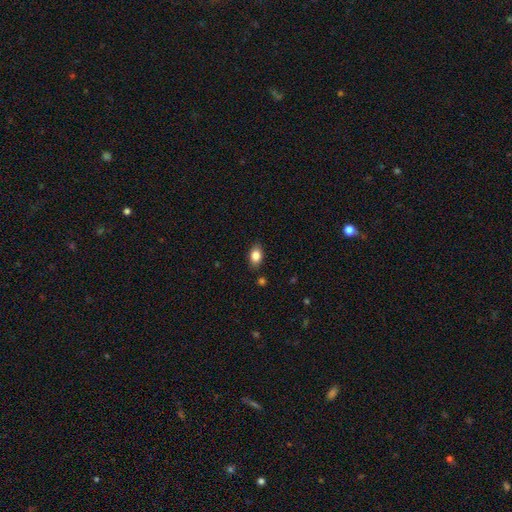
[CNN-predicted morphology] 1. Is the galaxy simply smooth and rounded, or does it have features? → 84% smooth, 9% star or artifact, 7% featured or disk.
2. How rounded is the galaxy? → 84% in between, 14% round, 2% cigar-shaped.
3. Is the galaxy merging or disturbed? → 85% none, 11% minor disturbance, 2% major disturbance, 2% merger.